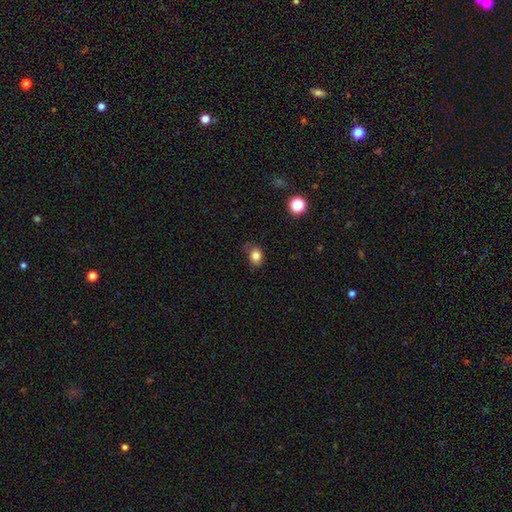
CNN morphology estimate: type=smooth (82%); roundness=in between (58%); merging=none (67%).